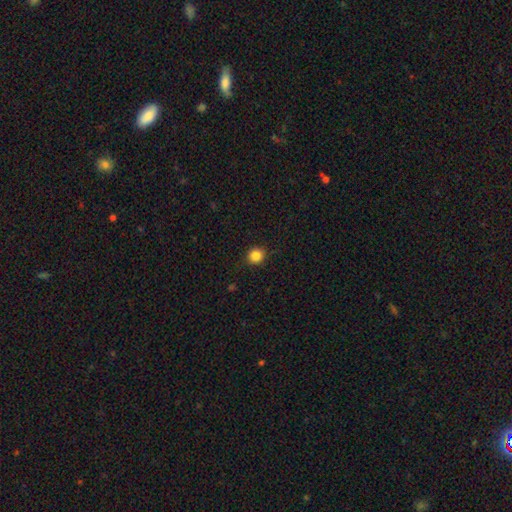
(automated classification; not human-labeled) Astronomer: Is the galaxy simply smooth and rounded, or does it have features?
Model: smooth — 86%.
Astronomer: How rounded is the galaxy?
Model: round — 87%.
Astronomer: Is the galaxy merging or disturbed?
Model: none — 90%.